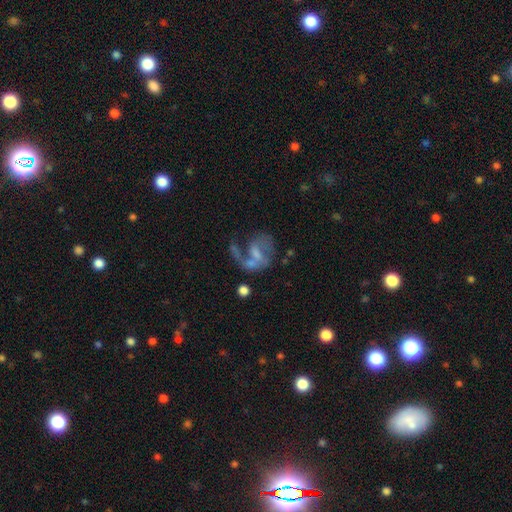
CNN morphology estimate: A featured or disk galaxy (66%) with a weak bar (44%), spiral arms (68%) and a small central bulge (32%).

Vote fractions:
- Smooth or featured? featured or disk: 66% / smooth: 23% / star or artifact: 10%
- Edge-on disk? no: 98% / yes: 2%
- Bar? weak: 44% / no: 42% / strong: 15%
- Spiral arms? yes: 68% / no: 32%
- Bulge size? small: 32% / none: 31% / moderate: 30% / large: 6% / dominant: 2%
- Merging? major disturbance: 37% / none: 29% / merger: 19% / minor disturbance: 15%